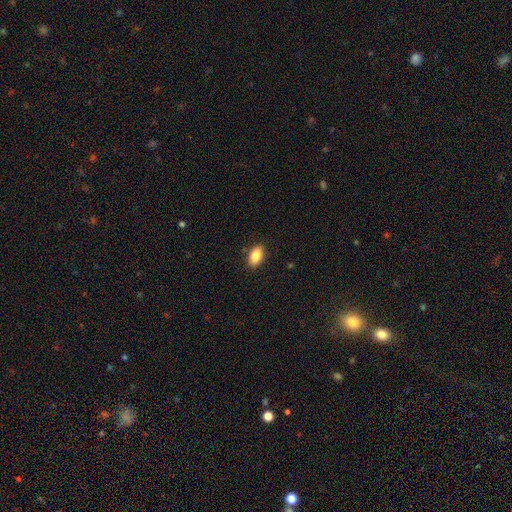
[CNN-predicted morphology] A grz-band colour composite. It shows a smooth galaxy with no disk features (86%) that is in between round and cigar-shaped (90%). Merging: none (89%).